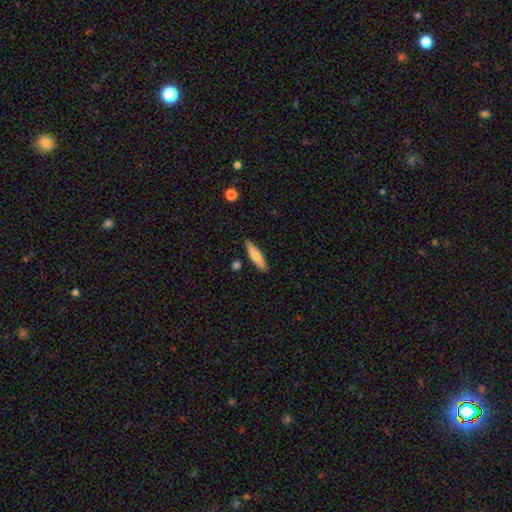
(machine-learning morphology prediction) This is likely a smooth galaxy (76%). How rounded: likely cigar-shaped (79%). Merging: clearly none (86%).